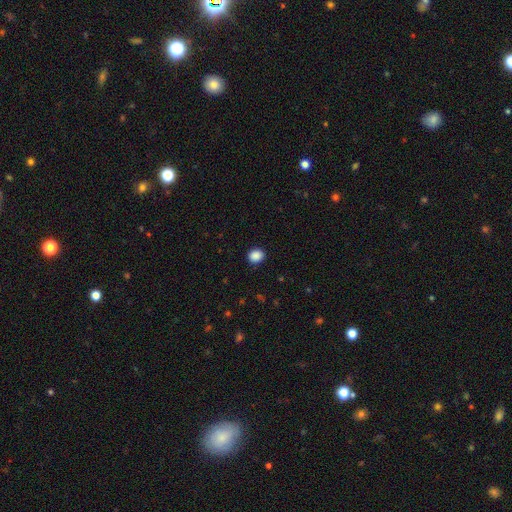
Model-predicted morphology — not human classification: Q: Smooth or featured?
A: smooth (89%); runner-up: star or artifact (9%)
Q: How rounded?
A: round (67%); runner-up: in between (32%)
Q: Merging?
A: none (90%); runner-up: minor disturbance (7%)